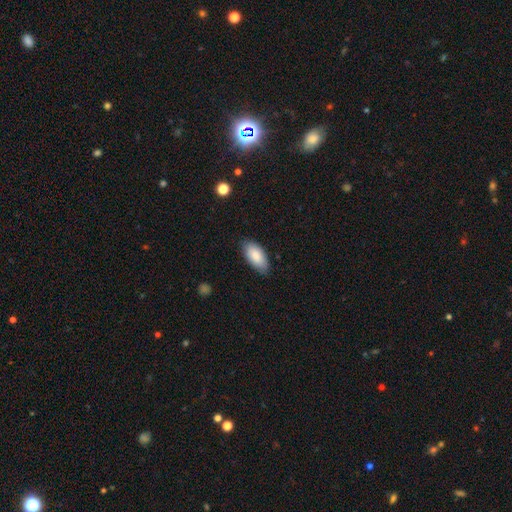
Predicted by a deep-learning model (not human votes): Overall: smooth (87%). How rounded: in between (93%). Merging: none (83%).